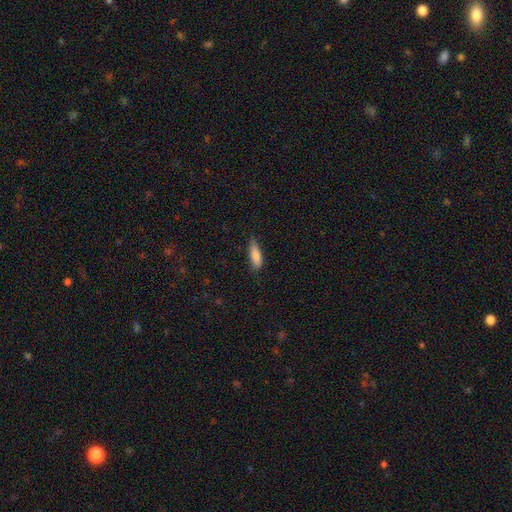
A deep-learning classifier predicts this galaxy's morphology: Smooth or featured? Predicted: smooth (p=0.84). How rounded? Predicted: in between (p=0.52). Merging? Predicted: none (p=0.76).